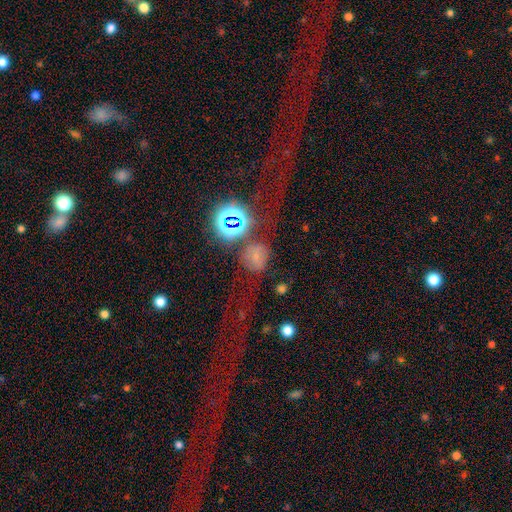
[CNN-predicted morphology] type=smooth (52%); roundness=round (76%); merging=none (63%).